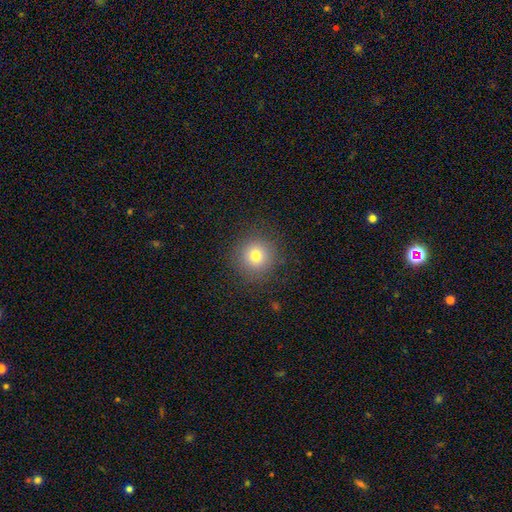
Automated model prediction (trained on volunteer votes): smooth_or_featured: smooth (p=0.77) [alt: star or artifact p=0.14]
how_rounded: round (p=0.95) [alt: in between p=0.04]
merging: none (p=0.88) [alt: minor disturbance p=0.07]